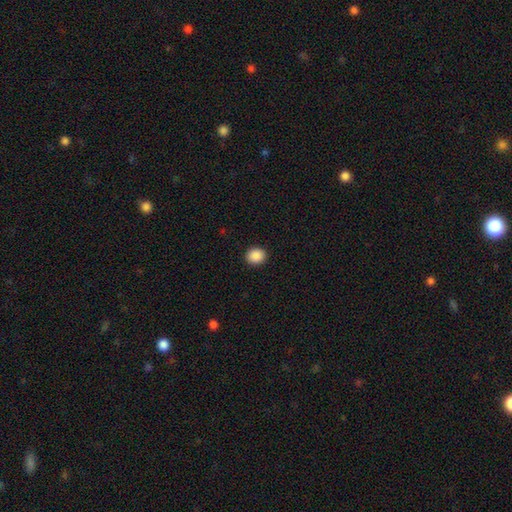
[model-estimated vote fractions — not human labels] Overall: smooth (89%). How rounded: round (68%; in between 31%). Merging: none (91%).